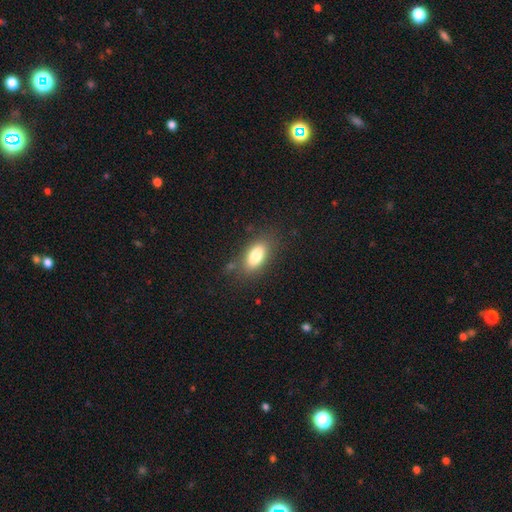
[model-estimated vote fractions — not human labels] smooth 82%, featured or disk 10%, star or artifact 8%. Down the decision tree: how rounded — in between (86%); merging — none (79%).